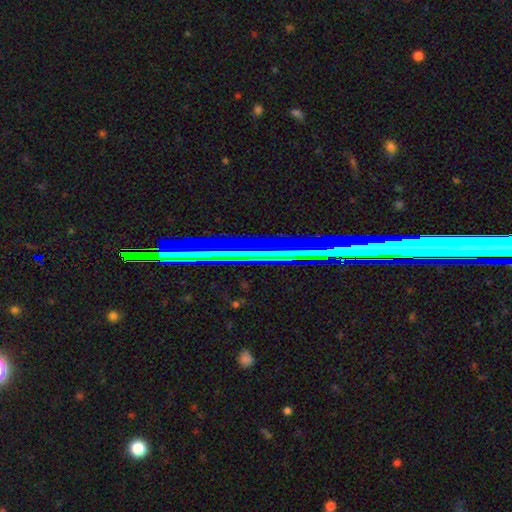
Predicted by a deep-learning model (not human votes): smooth-or-featured: star or artifact: 59% | featured or disk: 27% | smooth: 13%